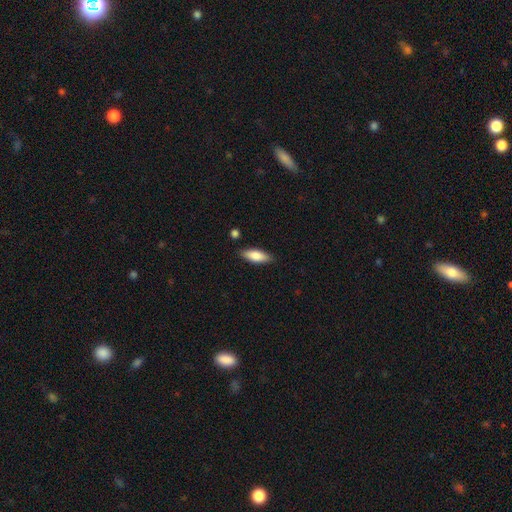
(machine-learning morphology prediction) type=smooth (80%); roundness=in between (66%); merging=none (85%).